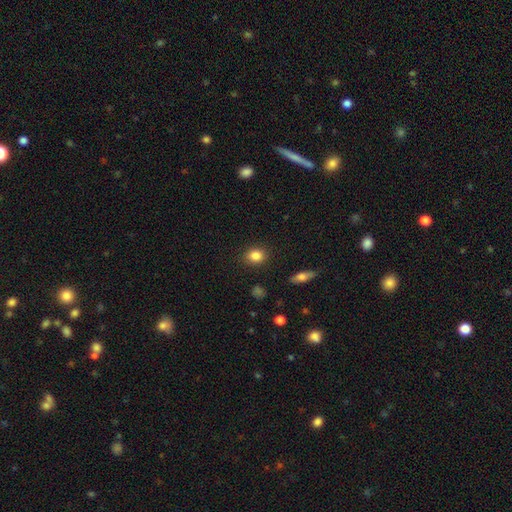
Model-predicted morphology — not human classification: The model was most divided on "how rounded": round: 55%, in between: 43%, cigar-shaped: 1%. More confident: merging — none (88%); smooth or featured — smooth (85%).